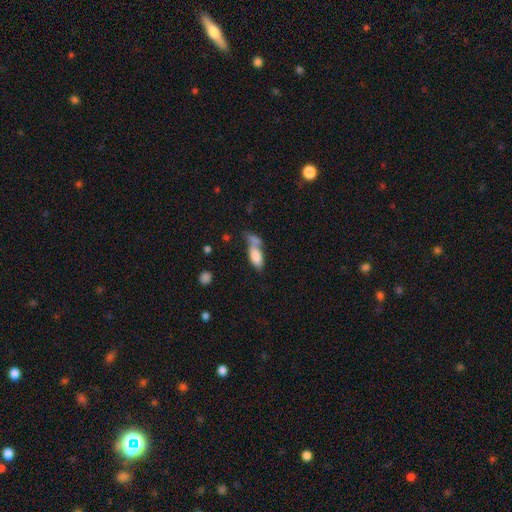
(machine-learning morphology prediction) The model was most divided on "merging": merger: 42%, none: 34%, minor disturbance: 16%, major disturbance: 8%. More confident: how rounded — in between (81%); smooth or featured — smooth (79%).